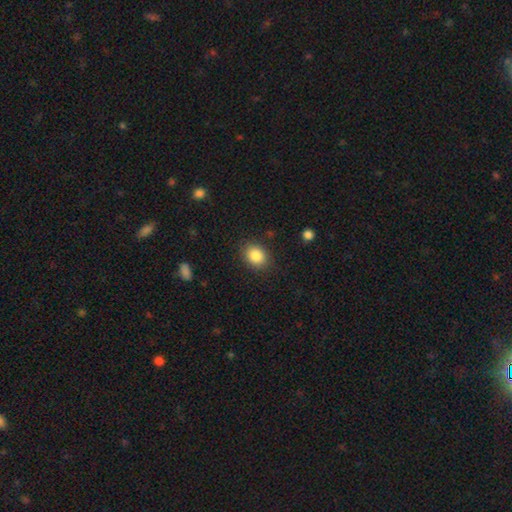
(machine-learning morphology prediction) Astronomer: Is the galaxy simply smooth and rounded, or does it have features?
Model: smooth — 86%.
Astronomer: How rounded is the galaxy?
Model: in between — 54% (runner-up: round, 45%).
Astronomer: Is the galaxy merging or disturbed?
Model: none — 86%.